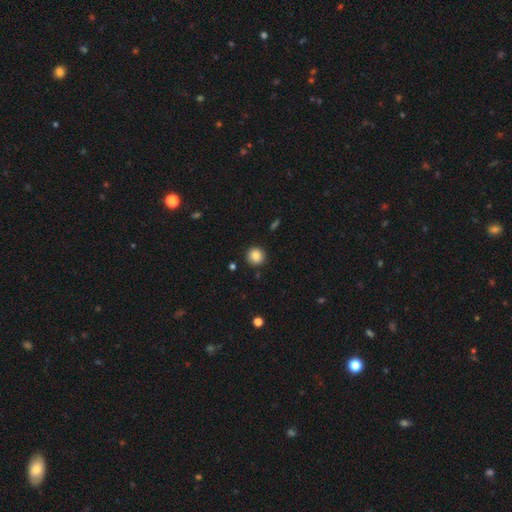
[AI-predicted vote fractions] Overall: smooth (87%). How rounded: round (92%). Merging: none (90%).